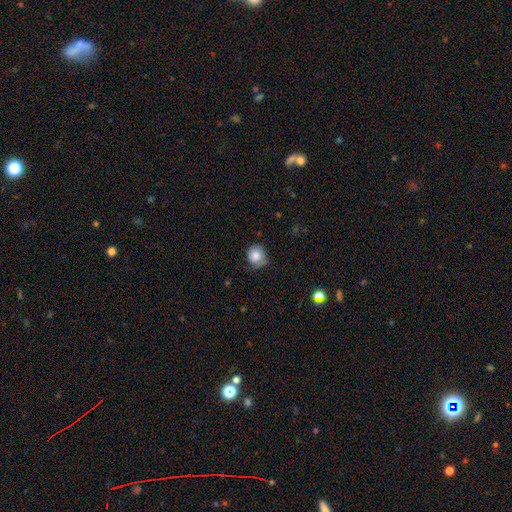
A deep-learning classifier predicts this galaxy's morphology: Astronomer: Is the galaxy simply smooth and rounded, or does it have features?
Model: smooth — 83%.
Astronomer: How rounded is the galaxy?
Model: round — 80%.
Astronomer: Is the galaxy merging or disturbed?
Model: none — 62%.